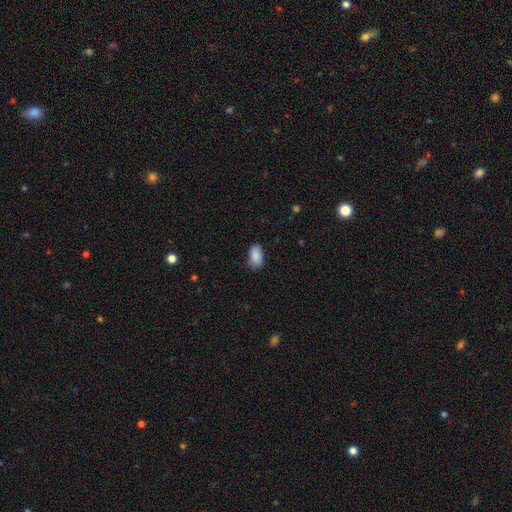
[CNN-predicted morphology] Overall: smooth (89%). How rounded: in between (92%). Merging: none (78%).